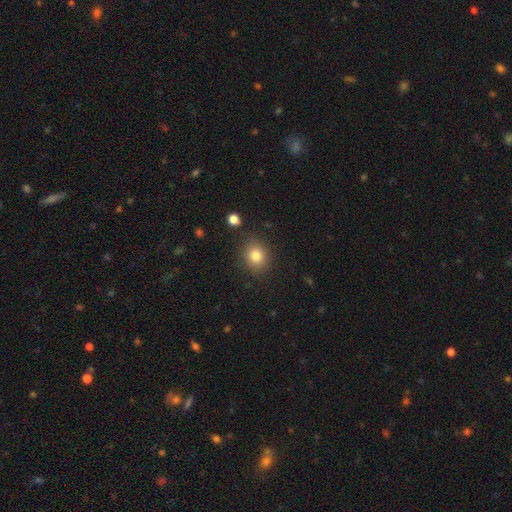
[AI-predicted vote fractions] Q: Smooth or featured?
A: smooth (82%); runner-up: star or artifact (11%)
Q: How rounded?
A: round (68%); runner-up: in between (31%)
Q: Merging?
A: none (85%); runner-up: minor disturbance (10%)